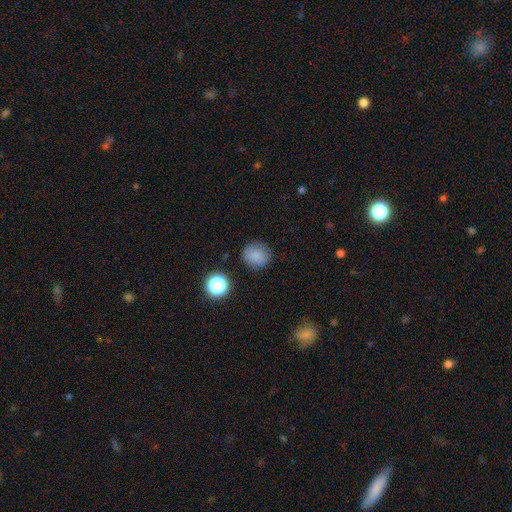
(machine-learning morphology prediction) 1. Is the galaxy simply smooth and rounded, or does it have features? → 81% smooth, 13% star or artifact, 6% featured or disk.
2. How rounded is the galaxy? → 85% round, 14% in between, 1% cigar-shaped.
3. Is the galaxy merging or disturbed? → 82% none, 12% minor disturbance, 4% major disturbance, 2% merger.